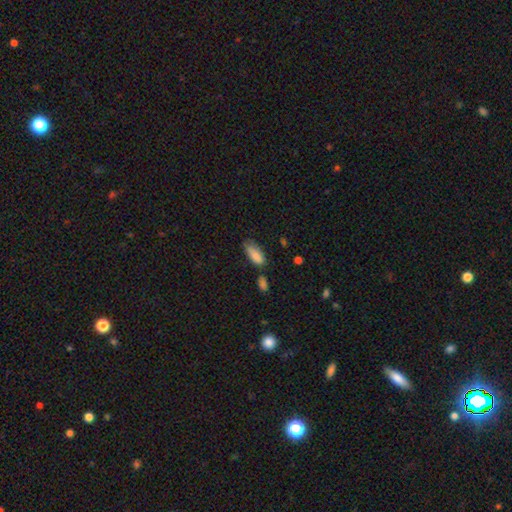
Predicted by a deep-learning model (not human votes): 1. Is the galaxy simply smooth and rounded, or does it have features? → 86% smooth, 7% star or artifact, 7% featured or disk.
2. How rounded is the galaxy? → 83% in between, 15% cigar-shaped, 2% round.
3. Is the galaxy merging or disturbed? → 57% none, 29% minor disturbance, 8% merger, 7% major disturbance.